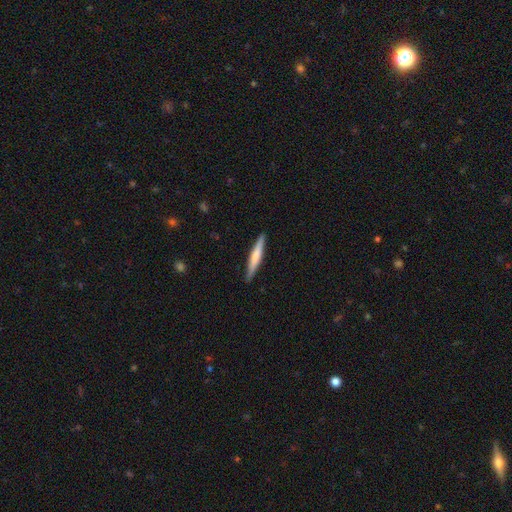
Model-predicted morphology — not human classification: The model was most divided on "smooth or featured": smooth: 58%, featured or disk: 38%, star or artifact: 5%. More confident: how rounded — cigar-shaped (94%); merging — none (89%).